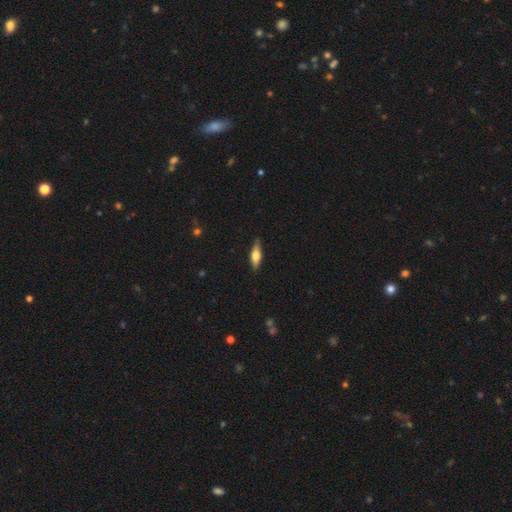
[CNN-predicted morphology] This appears to be a smooth galaxy with no disk features (51%) that is cigar-shaped (51%). Merging: none (85%).